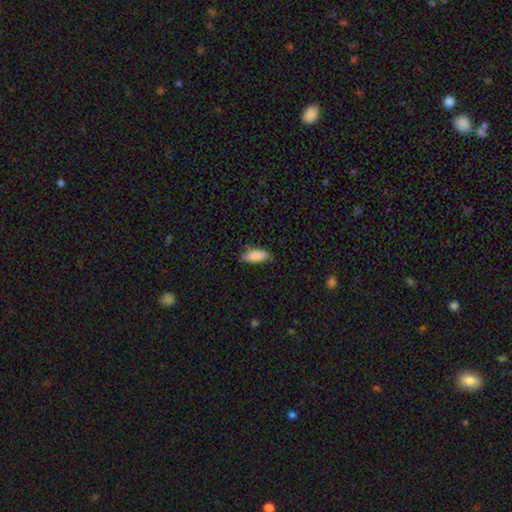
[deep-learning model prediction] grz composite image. It shows a smooth galaxy with no disk features (87%) that is in between round and cigar-shaped (80%). Merging: none (75%).